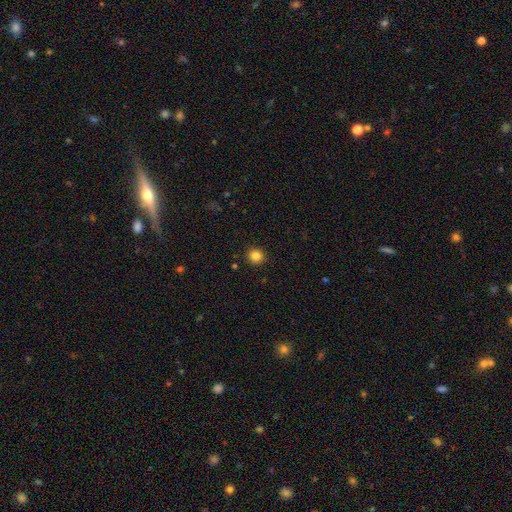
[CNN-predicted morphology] A smooth galaxy with no disk features (84%) that is round (93%).

Vote fractions:
- Smooth or featured? smooth: 84% / star or artifact: 11% / featured or disk: 5%
- How rounded? round: 93% / in between: 6% / cigar-shaped: 1%
- Merging? none: 92% / minor disturbance: 5% / major disturbance: 2% / merger: 1%